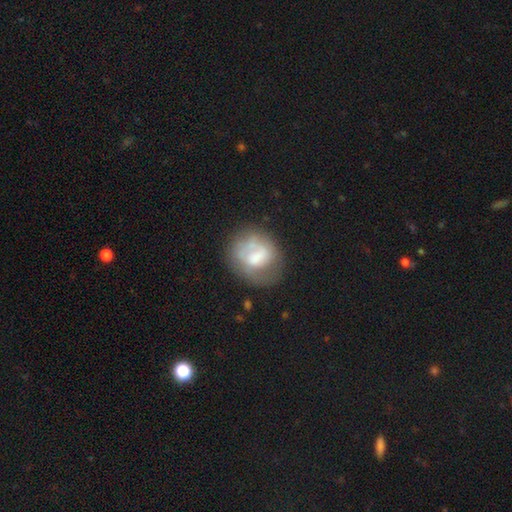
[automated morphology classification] smooth 48%, featured or disk 43%, star or artifact 9%. Down the decision tree: merging — none (47%).